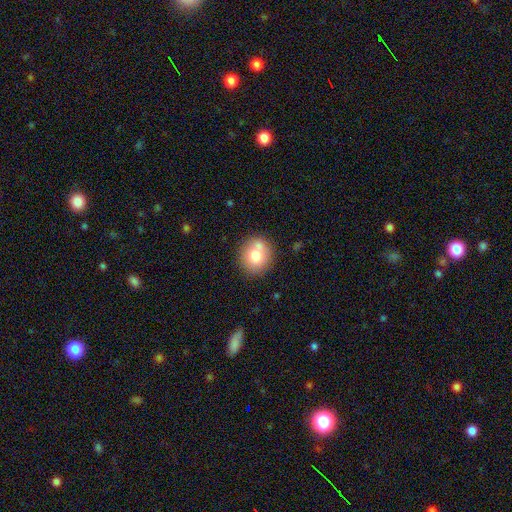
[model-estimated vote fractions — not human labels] Overall: smooth (75%). How rounded: round (80%). Merging: none (69%).